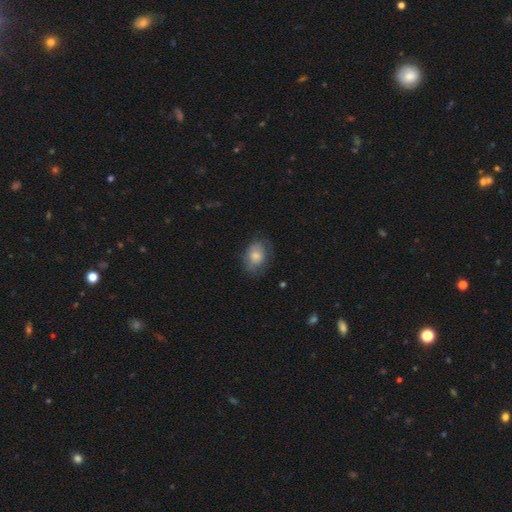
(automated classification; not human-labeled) Smooth or featured? Predicted: smooth (p=0.72). How rounded? Predicted: in between (p=0.65). Merging? Predicted: none (p=0.64).